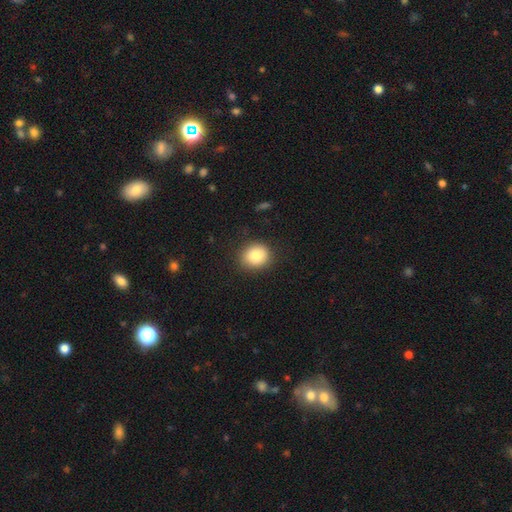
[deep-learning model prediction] smooth_or_featured: smooth (p=0.82) [alt: featured or disk p=0.09]
how_rounded: round (p=0.79) [alt: in between p=0.20]
merging: none (p=0.86) [alt: minor disturbance p=0.10]